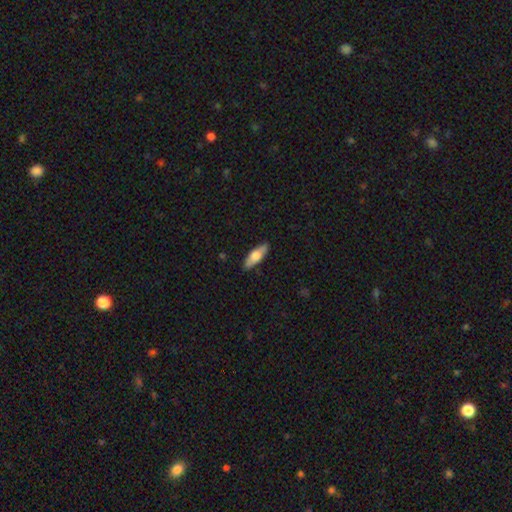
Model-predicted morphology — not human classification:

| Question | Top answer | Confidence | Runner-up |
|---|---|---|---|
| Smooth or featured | smooth | 61% | featured or disk (34%) |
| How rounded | in between | 57% | cigar-shaped (40%) |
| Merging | none | 86% | minor disturbance (11%) |